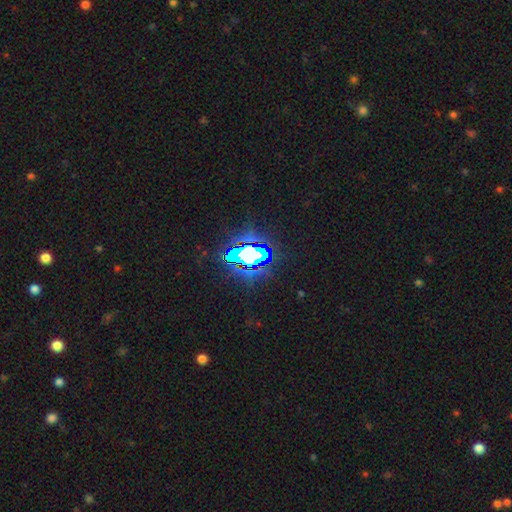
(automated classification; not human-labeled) smooth_or_featured: star or artifact (p=0.77) [alt: smooth p=0.13]